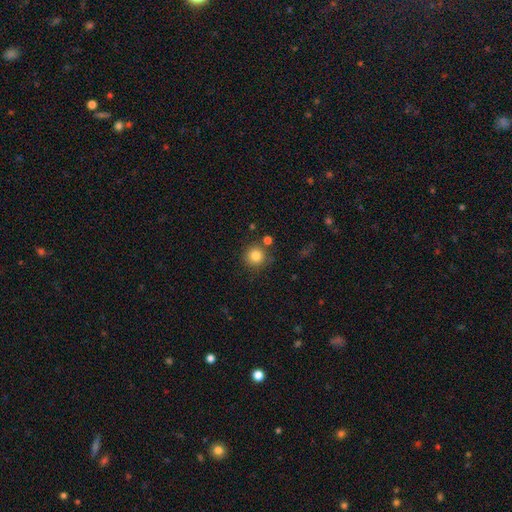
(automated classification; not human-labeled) Q: Smooth or featured?
A: smooth (84%); runner-up: star or artifact (11%)
Q: How rounded?
A: round (94%); runner-up: in between (5%)
Q: Merging?
A: none (81%); runner-up: minor disturbance (9%)